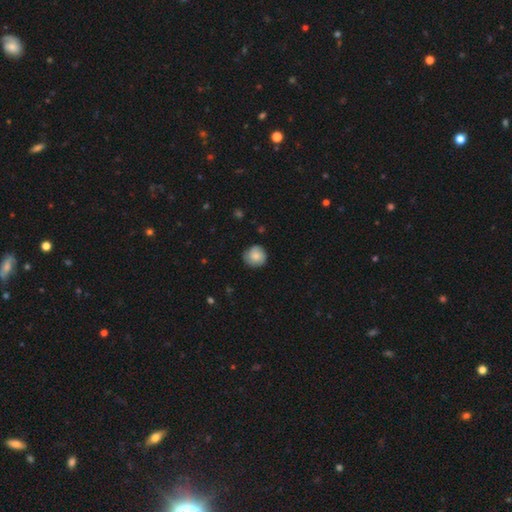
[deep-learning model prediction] Smooth or featured? smooth (78%)
How rounded? round (91%)
Merging? none (79%)